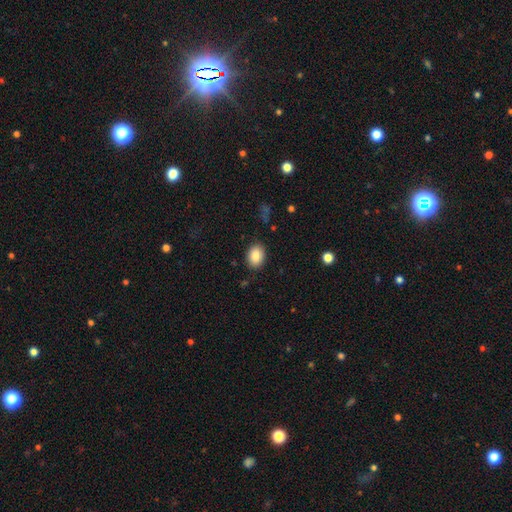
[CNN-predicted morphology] smooth 87%, star or artifact 8%, featured or disk 5%. Down the decision tree: how rounded — in between (74%); merging — none (86%).